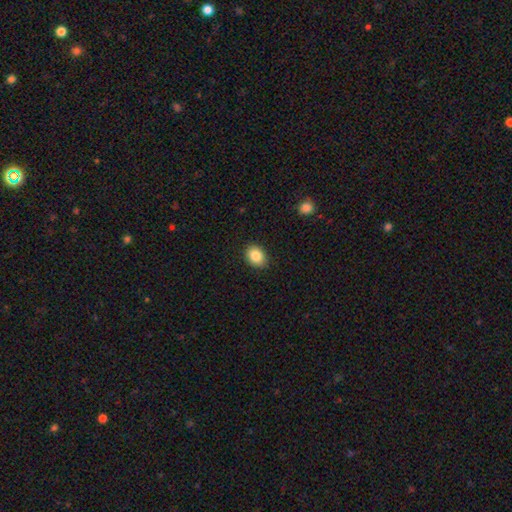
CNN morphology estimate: Overall: smooth (86%). How rounded: in between (63%; round 36%). Merging: none (89%).